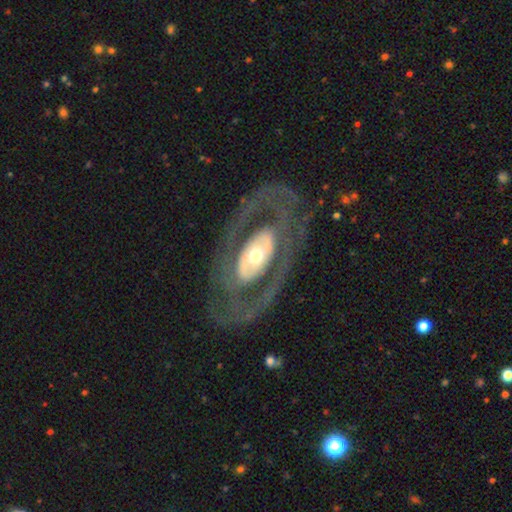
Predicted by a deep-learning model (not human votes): Overall: featured or disk (82%). Edge-on disk: no (93%). Bar: no (64%). Spiral arms: yes (63%; no 37%). Bulge size: moderate (64%). Merging: none (74%).